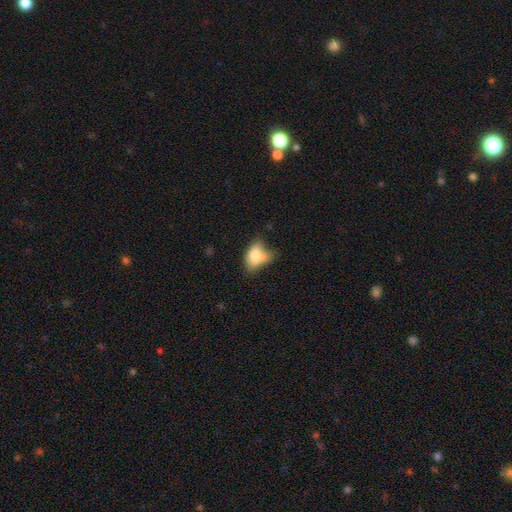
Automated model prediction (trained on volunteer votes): smooth 73%, featured or disk 17%, star or artifact 9%. Down the decision tree: how rounded — in between (84%); merging — minor disturbance (31%).